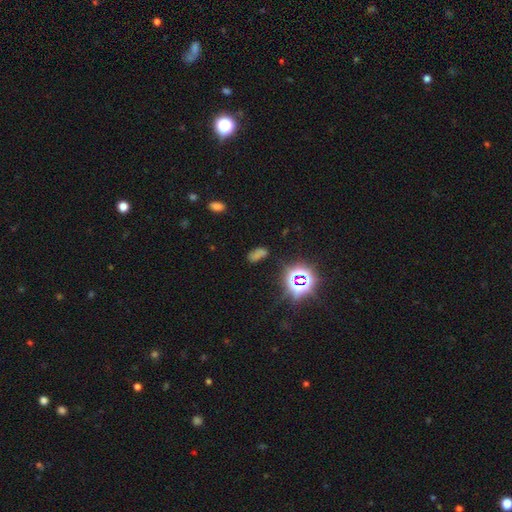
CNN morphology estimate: Smooth or featured?
  - star or artifact: 50% *
  - smooth: 39%
  - featured or disk: 11%